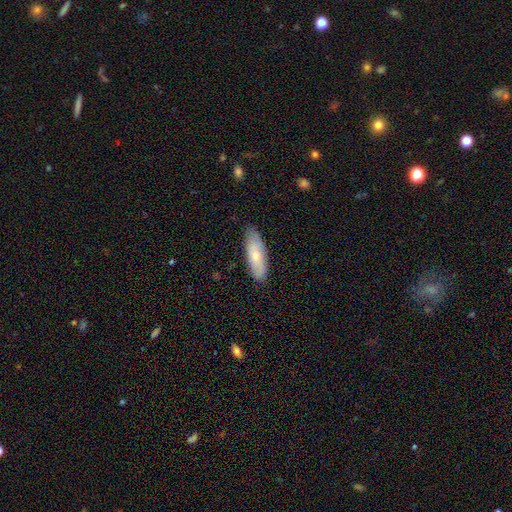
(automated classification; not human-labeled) Smooth or featured? smooth (66%)
How rounded? in between (65%)
Merging? none (82%)